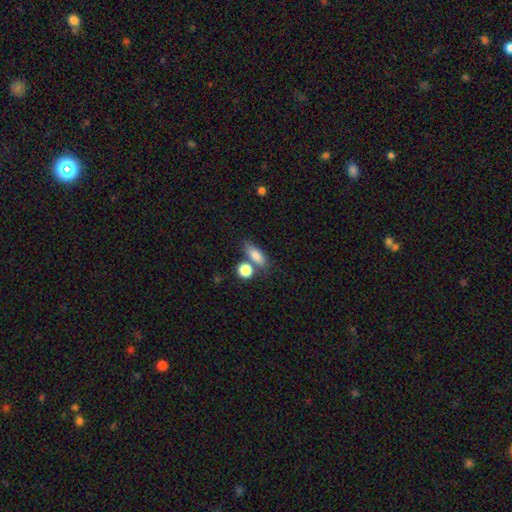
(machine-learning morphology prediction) type=smooth (81%); roundness=in between (62%); merging=none (58%).